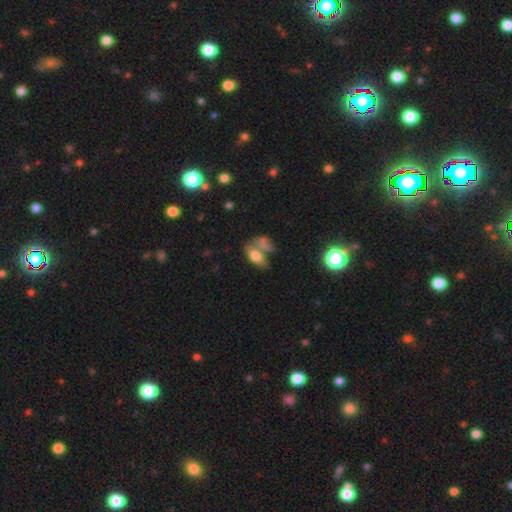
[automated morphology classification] A smooth galaxy with no disk features (70%) that is in between round and cigar-shaped (85%).

Vote fractions:
- Smooth or featured? smooth: 70% / featured or disk: 18% / star or artifact: 11%
- How rounded? in between: 85% / round: 9% / cigar-shaped: 6%
- Merging? merger: 42% / none: 34% / minor disturbance: 14% / major disturbance: 10%